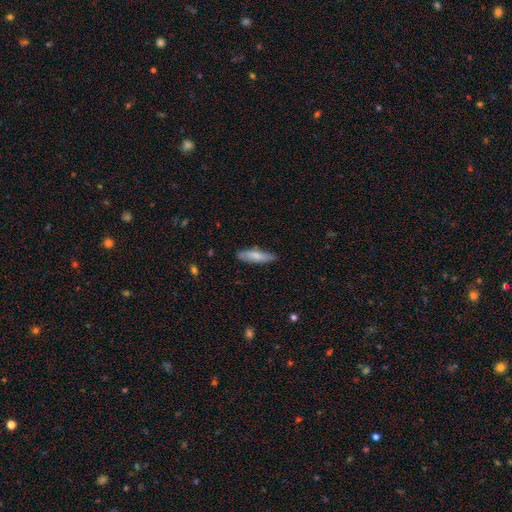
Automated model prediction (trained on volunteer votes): Q: Smooth or featured?
A: smooth (76%); runner-up: featured or disk (18%)
Q: How rounded?
A: cigar-shaped (56%); runner-up: in between (42%)
Q: Merging?
A: none (82%); runner-up: minor disturbance (15%)